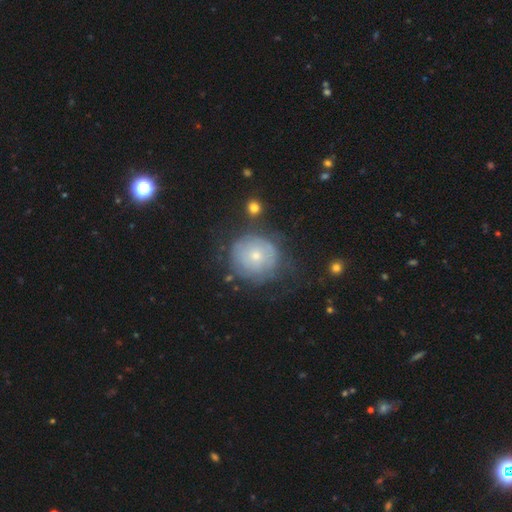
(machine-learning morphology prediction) Smooth or featured: smooth — 49% (featured or disk — 42%)
Merging: none — 64% (minor disturbance — 21%)